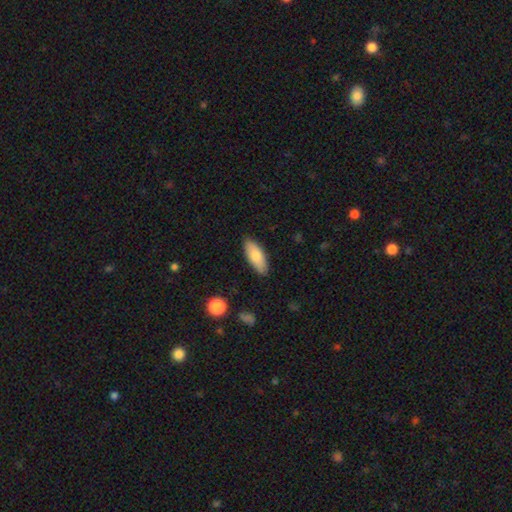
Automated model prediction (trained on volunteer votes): Smooth or featured?
  - smooth: 79% *
  - featured or disk: 15%
  - star or artifact: 6%
How rounded?
  - in between: 76% *
  - cigar-shaped: 22%
  - round: 2%
Merging?
  - none: 86% *
  - minor disturbance: 11%
  - major disturbance: 2%
  - merger: 1%